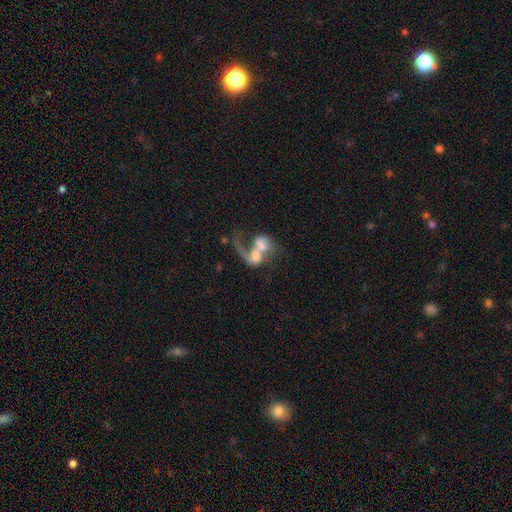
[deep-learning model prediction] Morphology: type=featured or disk (59%); edge-on=no (97%); bar=no (65%); spiral arms=yes (69%); bulge=moderate (35%); merging=merger (69%).